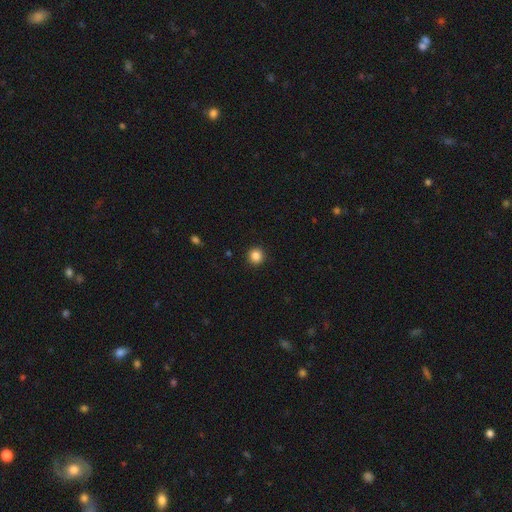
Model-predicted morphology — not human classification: Smooth or featured? Predicted: smooth (p=0.86). How rounded? Predicted: round (p=0.94). Merging? Predicted: none (p=0.92).